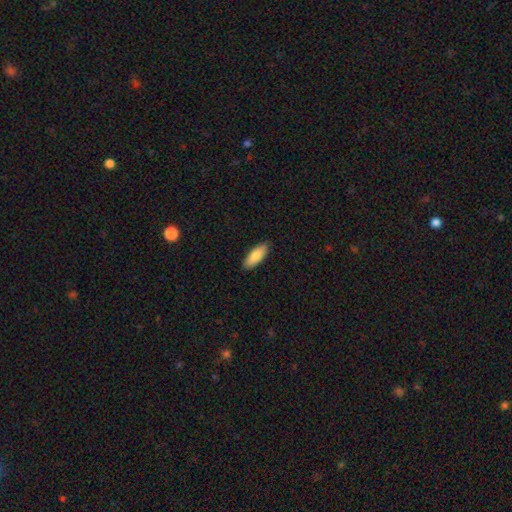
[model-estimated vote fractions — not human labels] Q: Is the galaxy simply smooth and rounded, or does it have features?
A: smooth — 85%.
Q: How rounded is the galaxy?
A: in between — 74%.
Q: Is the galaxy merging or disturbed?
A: none — 88%.